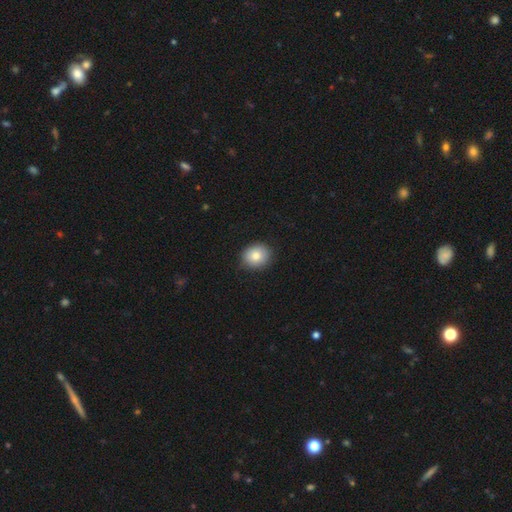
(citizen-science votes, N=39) This appears to be a smooth galaxy with no disk features (77%) that is round (60%). Merging: none (77%).